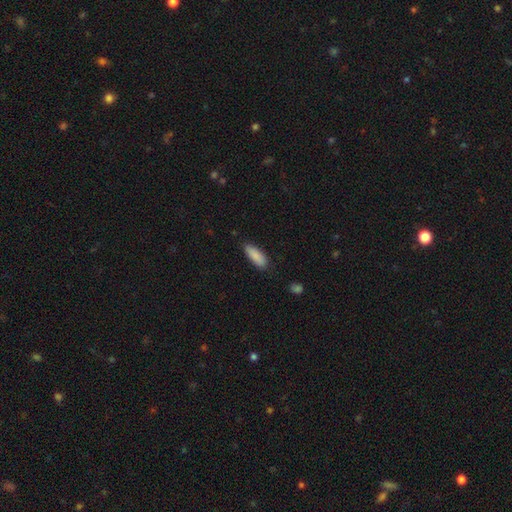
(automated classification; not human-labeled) Smooth or featured? smooth (88%)
How rounded? in between (67%)
Merging? none (81%)